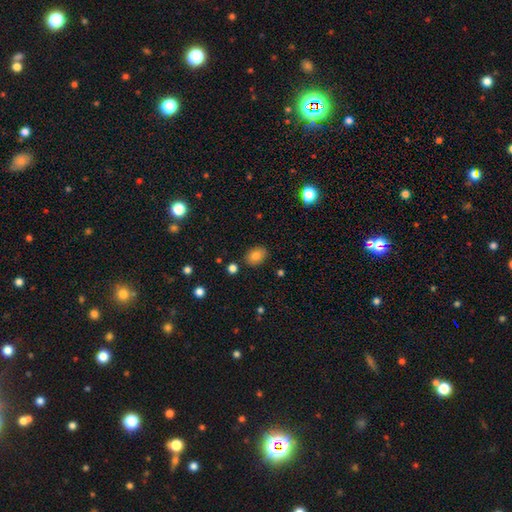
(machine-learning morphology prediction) This is clearly a smooth galaxy (81%). How rounded: likely in between (74%). Merging: clearly none (85%).